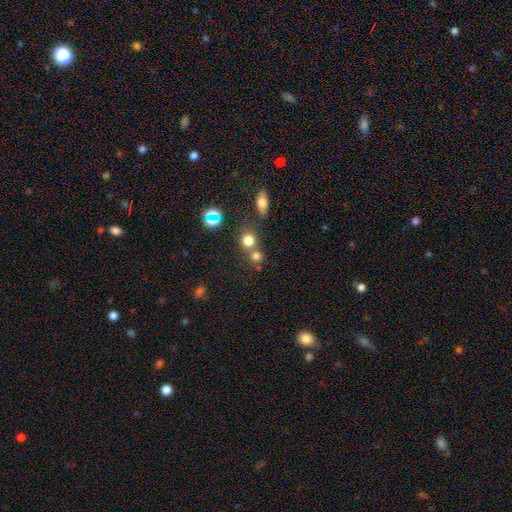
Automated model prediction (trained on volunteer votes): smooth-or-featured: smooth: 71% | star or artifact: 20% | featured or disk: 9%
  how-rounded: round: 86% | in between: 12% | cigar-shaped: 1%
  merging: none: 55% | merger: 34% | minor disturbance: 7% | major disturbance: 4%